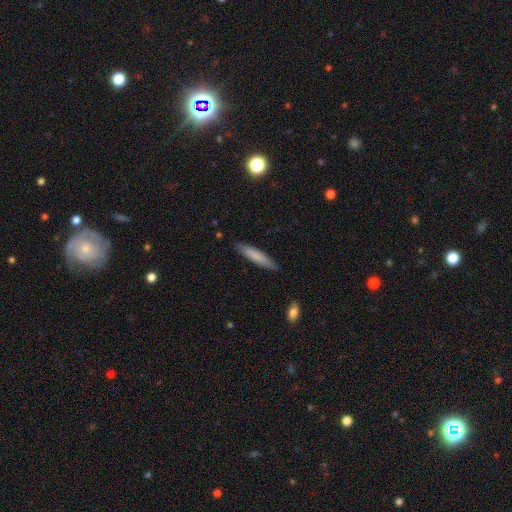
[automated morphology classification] Smooth or featured? smooth (75%)
How rounded? cigar-shaped (88%)
Merging? none (87%)